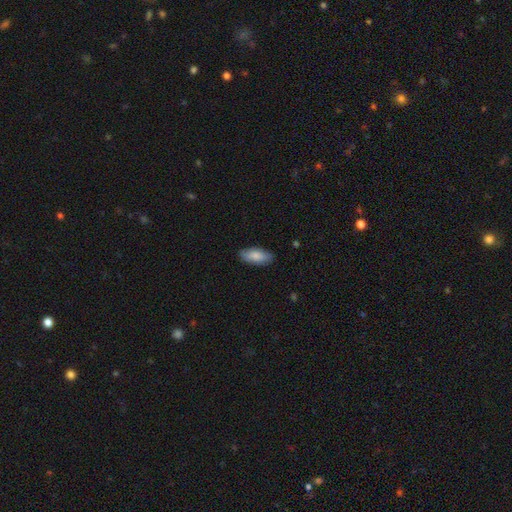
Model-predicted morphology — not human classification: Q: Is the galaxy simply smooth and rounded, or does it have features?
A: smooth — 83%.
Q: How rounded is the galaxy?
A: in between — 83%.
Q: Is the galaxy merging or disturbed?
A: none — 85%.